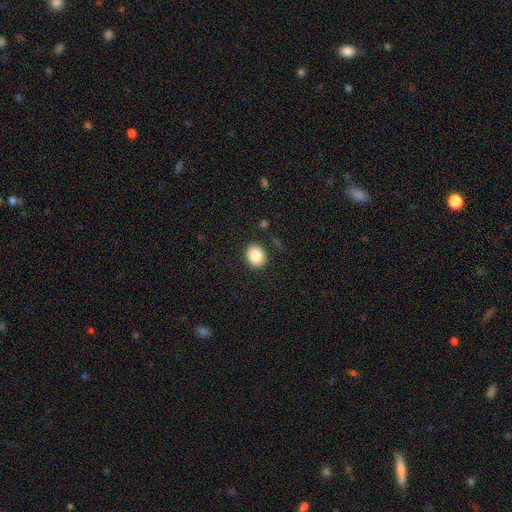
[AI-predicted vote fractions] Q: Smooth or featured?
A: smooth (86%); runner-up: star or artifact (8%)
Q: How rounded?
A: round (57%); runner-up: in between (42%)
Q: Merging?
A: none (87%); runner-up: minor disturbance (8%)